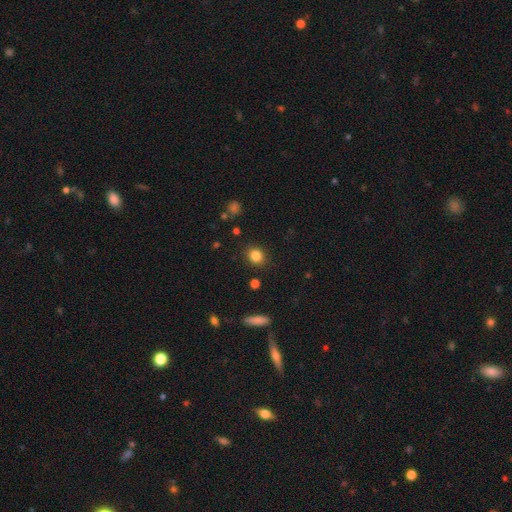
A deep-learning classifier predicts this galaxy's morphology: Smooth or featured? smooth (83%)
How rounded? round (73%)
Merging? none (88%)